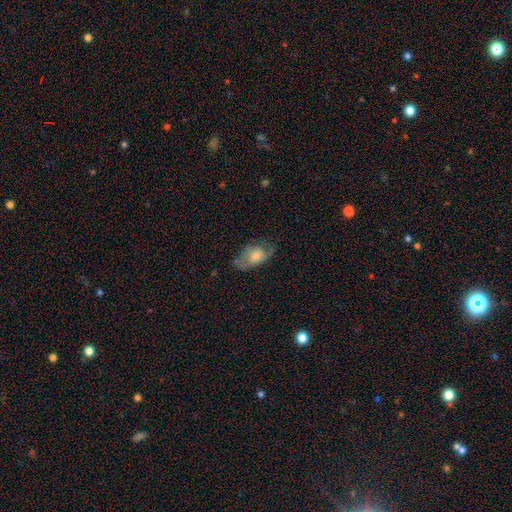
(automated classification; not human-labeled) Smooth or featured? Predicted: smooth (p=0.47). Merging? Predicted: none (p=0.57).